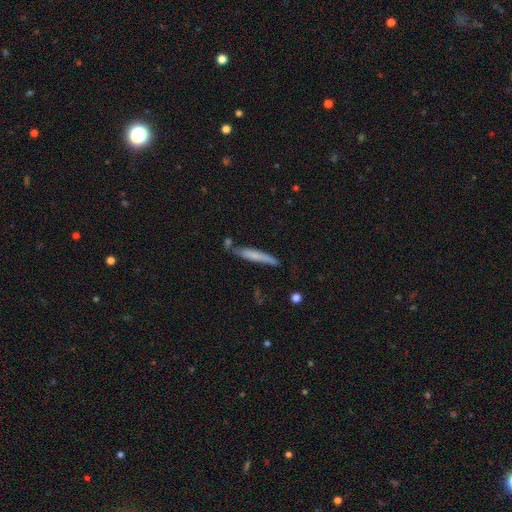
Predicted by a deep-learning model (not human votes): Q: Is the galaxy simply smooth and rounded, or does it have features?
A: smooth — 60%.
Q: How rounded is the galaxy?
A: cigar-shaped — 94%.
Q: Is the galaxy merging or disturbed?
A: none — 72%.